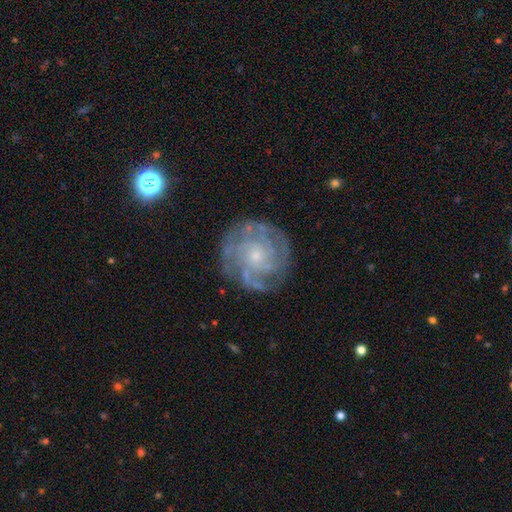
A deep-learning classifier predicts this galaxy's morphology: A featured or disk galaxy (83%) with no bar (78%), tight (69%) spiral arms (94%) and a small central bulge (76%).

Vote fractions:
- Smooth or featured? featured or disk: 83% / smooth: 10% / star or artifact: 7%
- Edge-on disk? no: 98% / yes: 2%
- Bar? no: 78% / weak: 19% / strong: 3%
- Spiral arms? yes: 94% / no: 6%
- Spiral winding? tight: 69% / medium: 26% / loose: 6%
- Spiral arm count? can't tell: 32% / 4: 23% / 3: 19% / 2: 11% / more than 4: 9% / 1: 6%
- Bulge size? small: 76% / moderate: 17% / none: 4% / large: 1% / dominant: 1%
- Merging? none: 79% / minor disturbance: 13% / major disturbance: 6% / merger: 1%